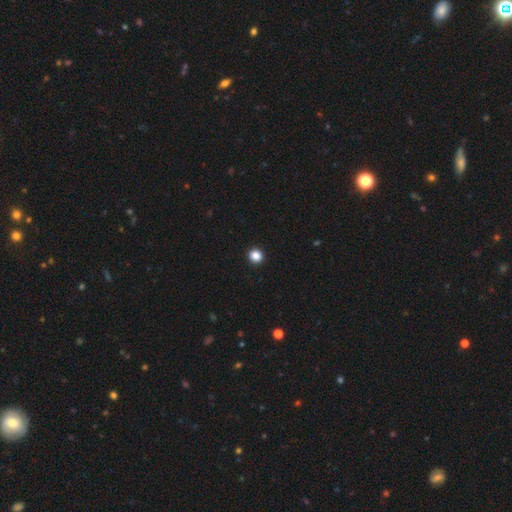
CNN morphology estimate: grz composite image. It shows a smooth galaxy with no disk features (86%) that is round (92%). Merging: none (94%).